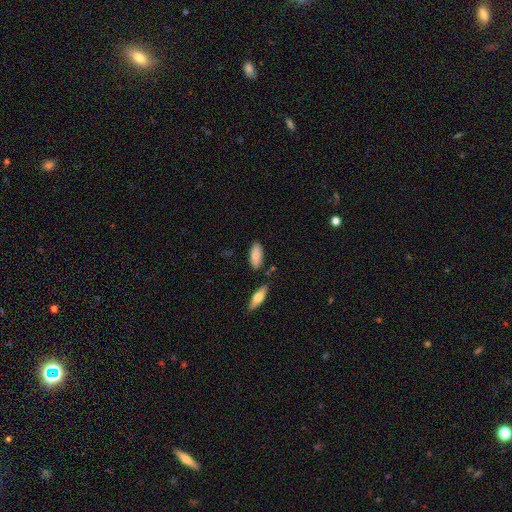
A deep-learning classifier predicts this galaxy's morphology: Smooth or featured? smooth (83%)
How rounded? in between (83%)
Merging? none (79%)